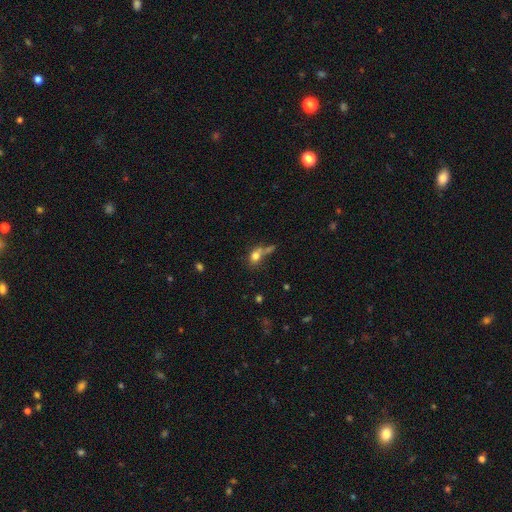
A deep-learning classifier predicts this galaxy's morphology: A smooth galaxy with no disk features (74%) that is in between round and cigar-shaped (51%). Merging: none (39%).